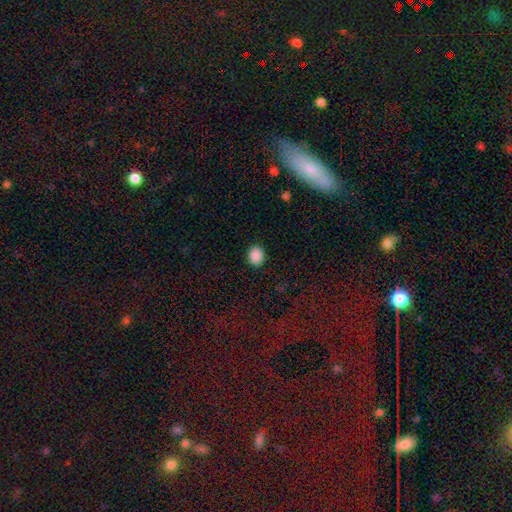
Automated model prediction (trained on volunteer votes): smooth-or-featured: smooth: 89% | star or artifact: 8% | featured or disk: 3%
  how-rounded: round: 54% | in between: 46% | cigar-shaped: 1%
  merging: none: 90% | minor disturbance: 7% | major disturbance: 2% | merger: 1%